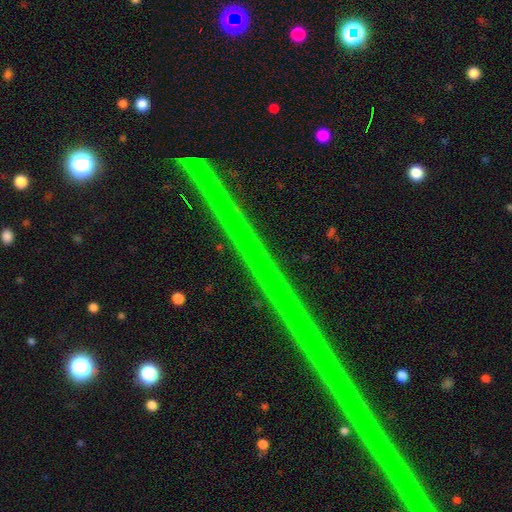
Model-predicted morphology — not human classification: The model was most divided on "smooth or featured": star or artifact: 81%, featured or disk: 13%, smooth: 6%.